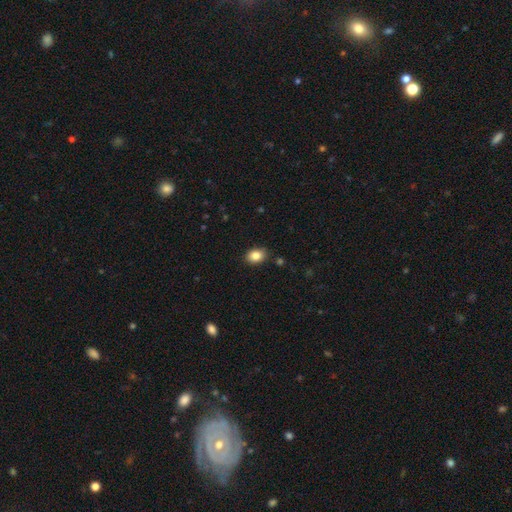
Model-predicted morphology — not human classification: smooth-or-featured: smooth: 85% | star or artifact: 9% | featured or disk: 6%
  how-rounded: in between: 72% | round: 27% | cigar-shaped: 1%
  merging: none: 87% | minor disturbance: 10% | major disturbance: 2% | merger: 2%